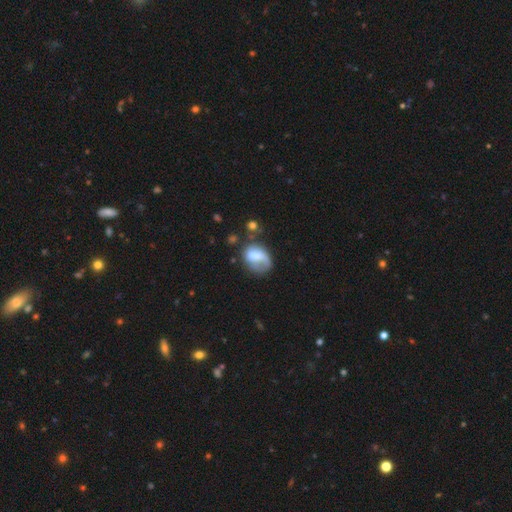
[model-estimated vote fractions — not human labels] A smooth galaxy with no disk features (55%) that is in between round and cigar-shaped (62%). Merging: none (34%).